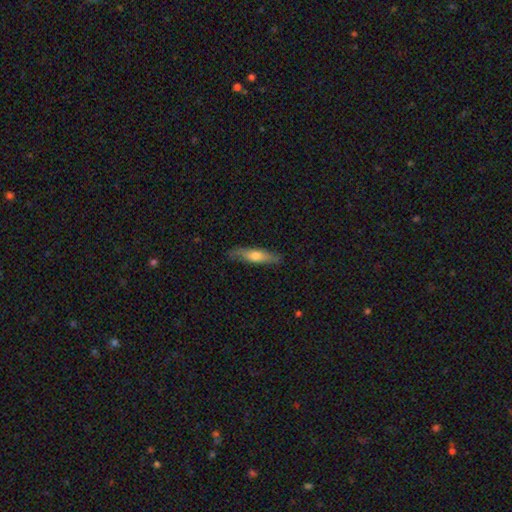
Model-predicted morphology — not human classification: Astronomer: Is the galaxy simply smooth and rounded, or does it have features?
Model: smooth — 57% (runner-up: featured or disk, 37%).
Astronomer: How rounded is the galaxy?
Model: cigar-shaped — 71%.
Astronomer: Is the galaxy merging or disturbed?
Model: none — 79%.